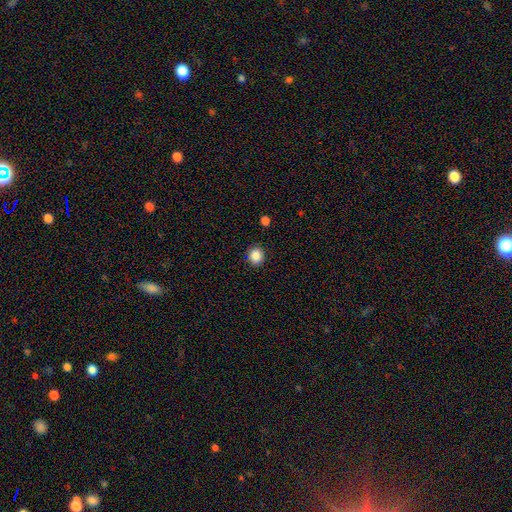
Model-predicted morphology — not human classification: smooth_or_featured: smooth (p=0.87) [alt: star or artifact p=0.10]
how_rounded: round (p=0.73) [alt: in between p=0.26]
merging: none (p=0.88) [alt: minor disturbance p=0.08]